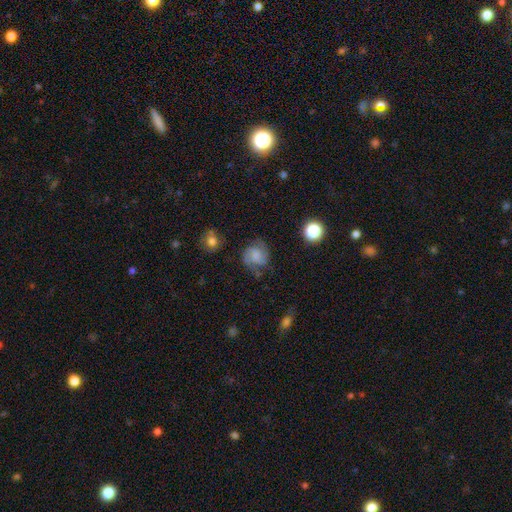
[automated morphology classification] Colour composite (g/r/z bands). It shows a featured or disk galaxy (54%) with no bar (63%), spiral arms (91%) and no central bulge (47%). Merging: none (64%).